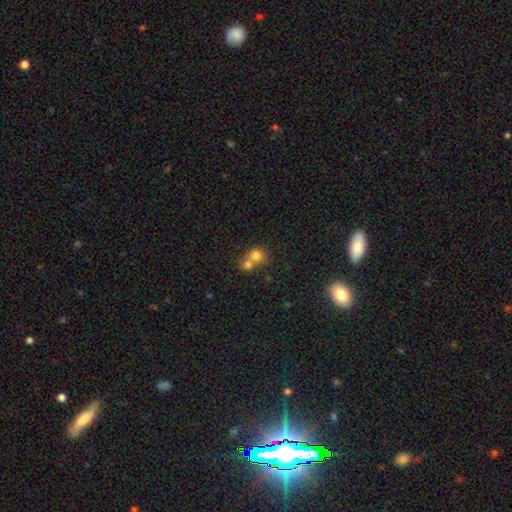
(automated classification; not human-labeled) Smooth or featured? smooth (75%)
How rounded? round (70%)
Merging? merger (67%)